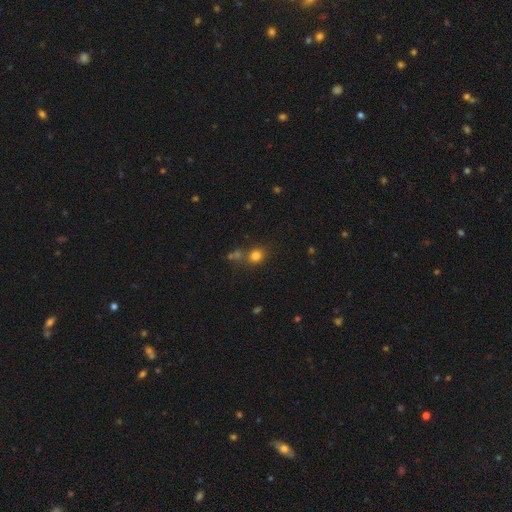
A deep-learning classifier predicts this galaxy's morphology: type=smooth (78%); roundness=round (77%); merging=none (70%).